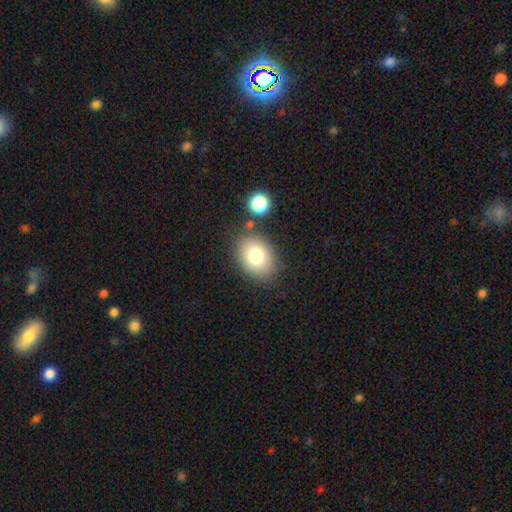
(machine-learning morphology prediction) This is likely a smooth galaxy (79%). How rounded: likely in between (61%). Merging: likely none (79%).